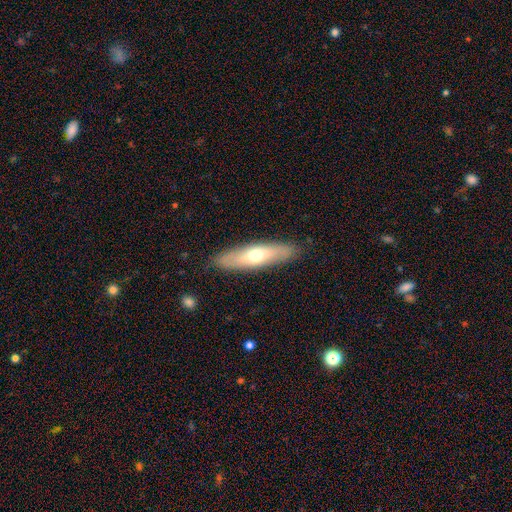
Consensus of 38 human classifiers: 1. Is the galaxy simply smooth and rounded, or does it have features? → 53% featured or disk, 42% smooth, 5% star or artifact.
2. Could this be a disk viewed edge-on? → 60% no, 40% yes.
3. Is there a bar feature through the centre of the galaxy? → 75% no, 25% weak, 0% strong.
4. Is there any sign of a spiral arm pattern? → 75% no, 25% yes.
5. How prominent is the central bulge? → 58% moderate, 33% small, 8% large, 0% dominant, 0% none.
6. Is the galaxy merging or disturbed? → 92% none, 6% minor disturbance, 3% major disturbance, 0% merger.